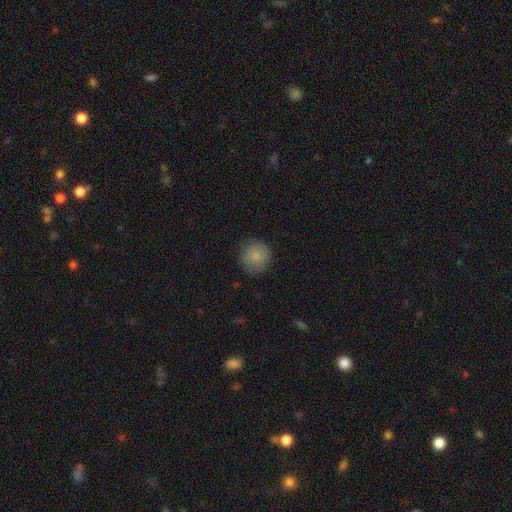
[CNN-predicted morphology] smooth 86%, star or artifact 8%, featured or disk 6%. Down the decision tree: how rounded — round (93%); merging — none (85%).